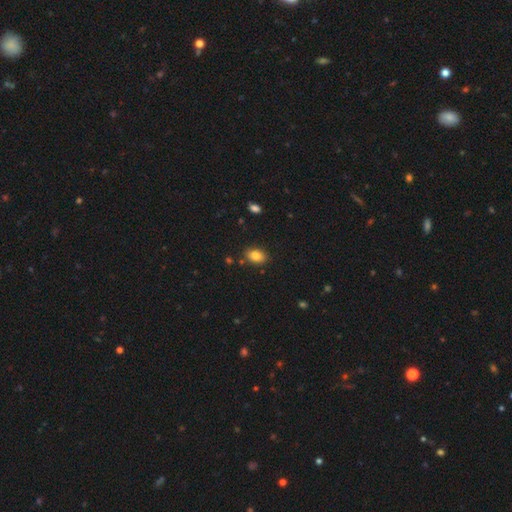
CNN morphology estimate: smooth_or_featured: smooth (p=0.83) [alt: star or artifact p=0.09]
how_rounded: in between (p=0.82) [alt: round p=0.17]
merging: none (p=0.84) [alt: minor disturbance p=0.10]